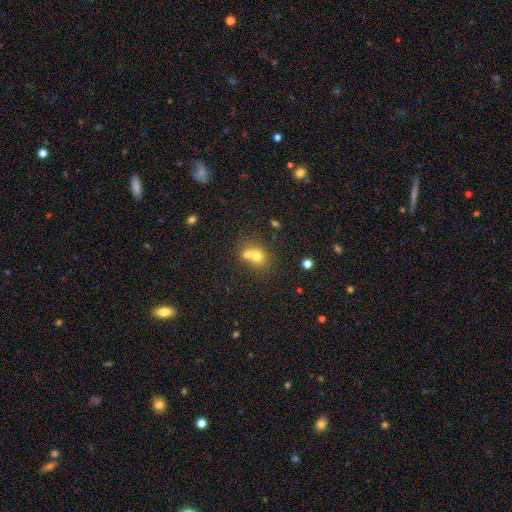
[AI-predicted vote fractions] A smooth galaxy with no disk features (67%) that is round (67%).

Vote fractions:
- Smooth or featured? smooth: 67% / featured or disk: 18% / star or artifact: 14%
- How rounded? round: 67% / in between: 32% / cigar-shaped: 1%
- Merging? merger: 60% / none: 30% / minor disturbance: 7% / major disturbance: 3%